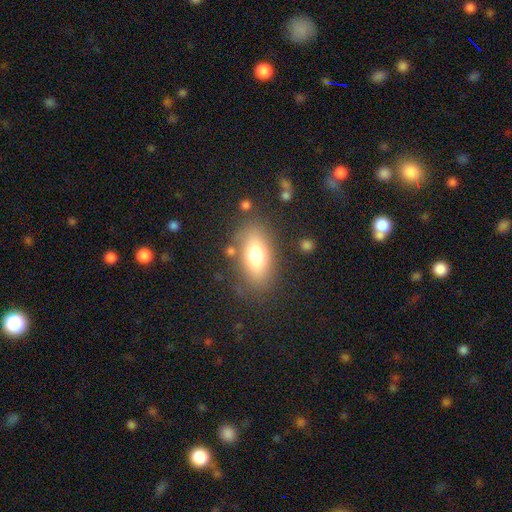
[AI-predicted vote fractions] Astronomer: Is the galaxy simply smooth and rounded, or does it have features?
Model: smooth — 71%.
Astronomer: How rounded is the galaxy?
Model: in between — 84%.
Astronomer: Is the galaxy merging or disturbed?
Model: none — 78%.